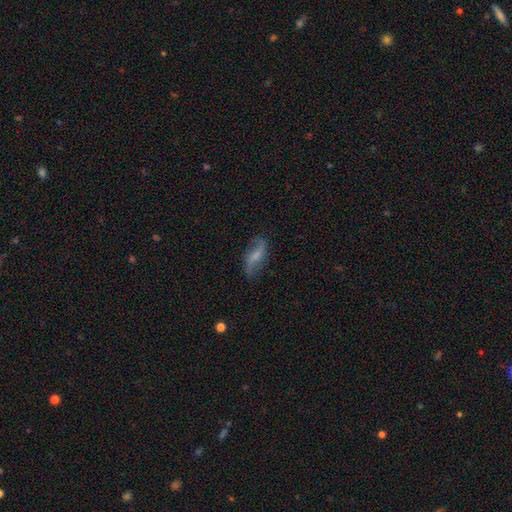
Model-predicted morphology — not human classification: A featured or disk galaxy (64%) with a weak bar (43%), 2 (90%) loose (82%) spiral arms (89%) and a small central bulge (36%).

Vote fractions:
- Smooth or featured? featured or disk: 64% / smooth: 29% / star or artifact: 8%
- Edge-on disk? no: 91% / yes: 9%
- Bar? weak: 43% / no: 35% / strong: 22%
- Spiral arms? yes: 89% / no: 11%
- Spiral winding? loose: 82% / medium: 14% / tight: 5%
- Spiral arm count? 2: 90% / can't tell: 4% / 1: 4% / 3: 1% / 4: 1% / more than 4: 1%
- Bulge size? small: 36% / none: 31% / moderate: 26% / large: 5% / dominant: 2%
- Merging? none: 71% / minor disturbance: 19% / major disturbance: 8% / merger: 2%